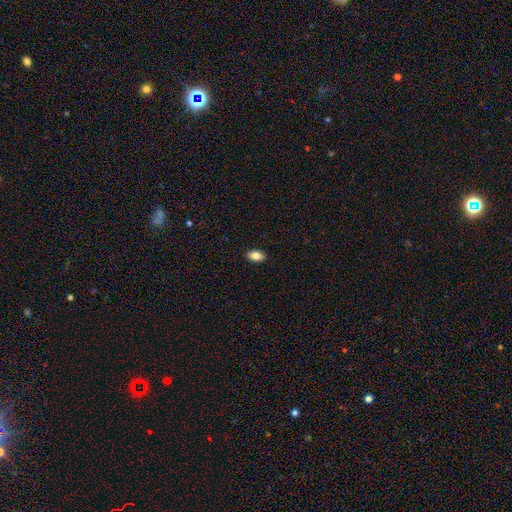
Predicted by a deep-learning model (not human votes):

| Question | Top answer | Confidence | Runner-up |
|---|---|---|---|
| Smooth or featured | smooth | 86% | star or artifact (8%) |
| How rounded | in between | 92% | round (6%) |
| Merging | none | 90% | minor disturbance (7%) |